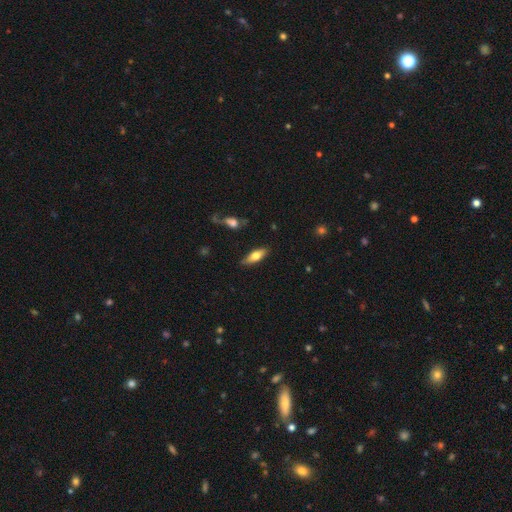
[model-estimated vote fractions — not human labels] This appears to be a smooth galaxy with no disk features (63%) that is in between round and cigar-shaped (63%). Merging: none (83%).